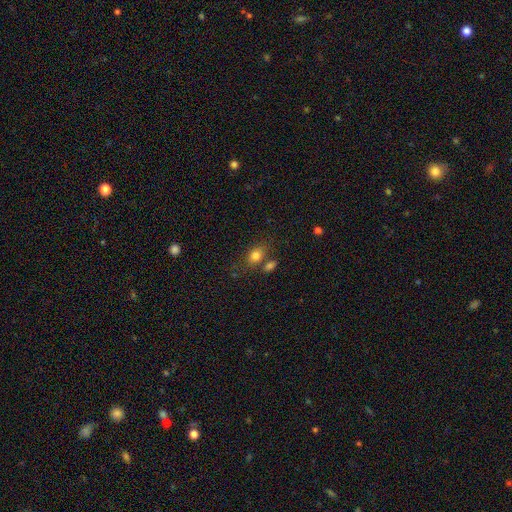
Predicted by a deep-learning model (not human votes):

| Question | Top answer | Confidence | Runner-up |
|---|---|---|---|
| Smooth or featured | smooth | 80% | star or artifact (11%) |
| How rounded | in between | 67% | round (31%) |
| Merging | none | 61% | merger (19%) |